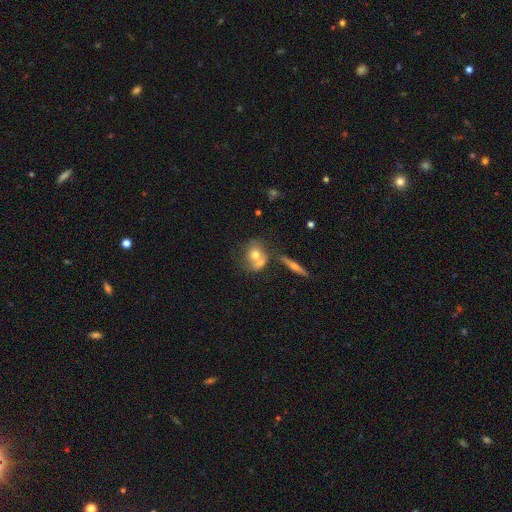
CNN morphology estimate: Smooth or featured: smooth — 58% (featured or disk — 32%)
How rounded: round — 62% (in between — 34%)
Merging: merger — 44% (none — 38%)